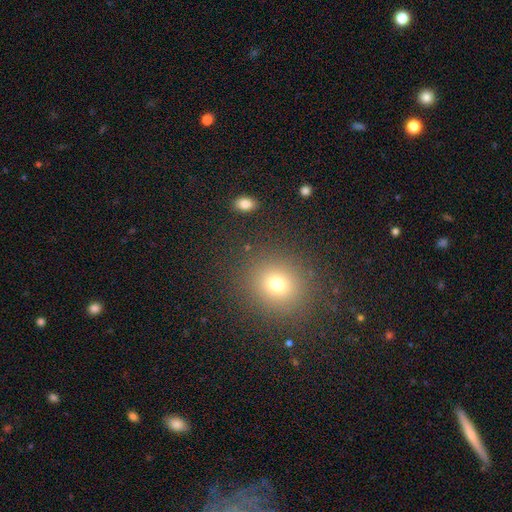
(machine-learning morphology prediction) Smooth or featured? Predicted: smooth (p=0.59). How rounded? Predicted: round (p=0.84). Merging? Predicted: none (p=0.90).